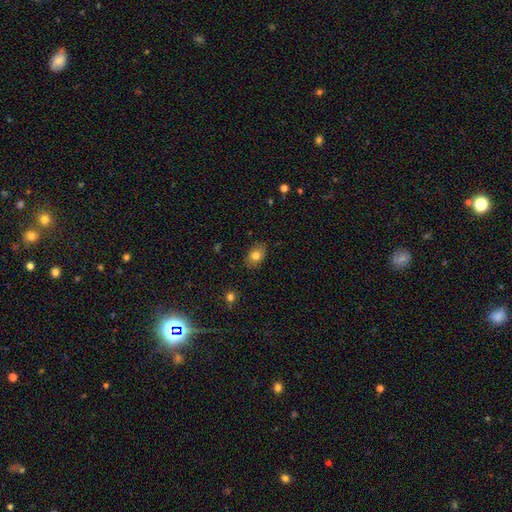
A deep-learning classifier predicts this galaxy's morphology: smooth_or_featured: smooth (p=0.80) [alt: featured or disk p=0.11]
how_rounded: in between (p=0.73) [alt: round p=0.25]
merging: none (p=0.83) [alt: minor disturbance p=0.13]